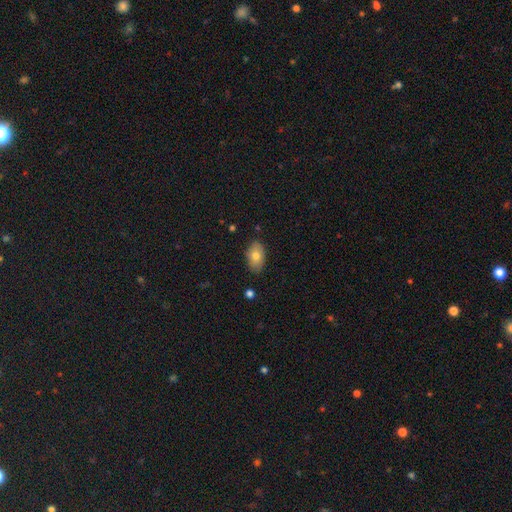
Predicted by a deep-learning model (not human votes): This appears to be a smooth galaxy with no disk features (76%) that is in between round and cigar-shaped (90%). Merging: none (82%).